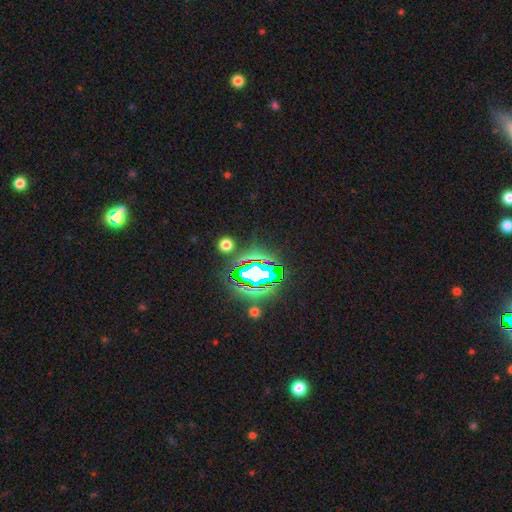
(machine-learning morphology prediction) This appears to be a star or artifact, not a galaxy (77%).